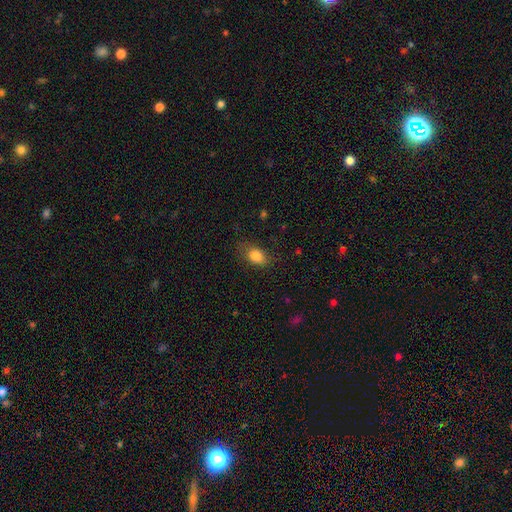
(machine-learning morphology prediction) A smooth galaxy with no disk features (84%) that is in between round and cigar-shaped (80%). Merging: none (69%).